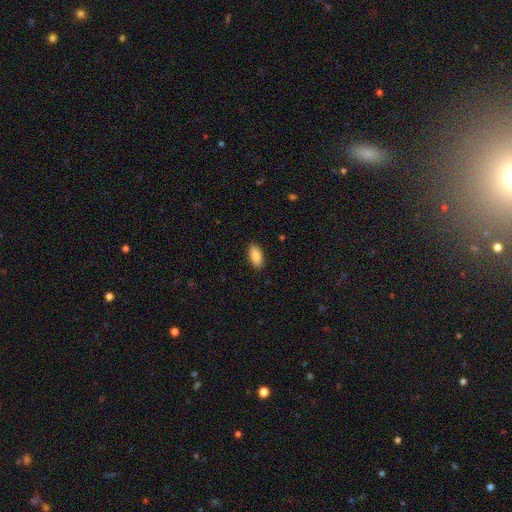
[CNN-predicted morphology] This is clearly a smooth galaxy (89%). How rounded: clearly in between (89%). Merging: clearly none (90%).